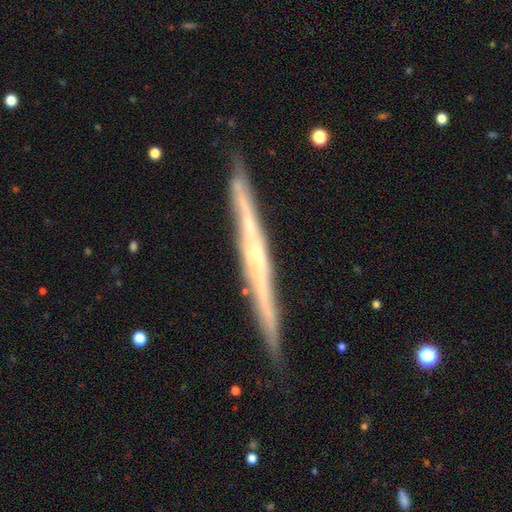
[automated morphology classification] The model was most divided on "edge-on bulge": none: 51%, rounded: 36%, boxy: 13%. More confident: edge-on disk — yes (97%); merging — none (86%); smooth or featured — featured or disk (75%).